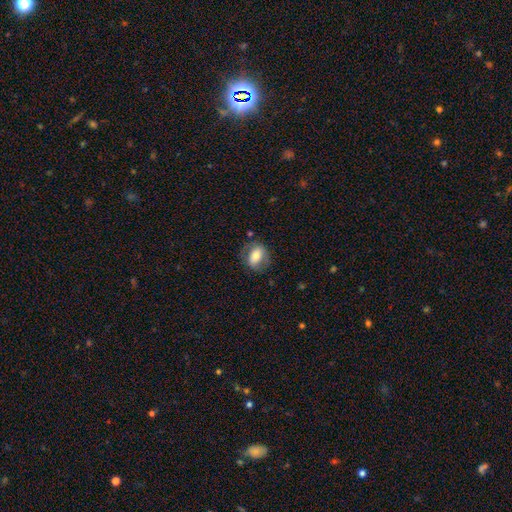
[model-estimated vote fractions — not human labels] smooth_or_featured: smooth (p=0.59) [alt: featured or disk p=0.33]
how_rounded: in between (p=0.66) [alt: round p=0.32]
merging: none (p=0.71) [alt: minor disturbance p=0.18]